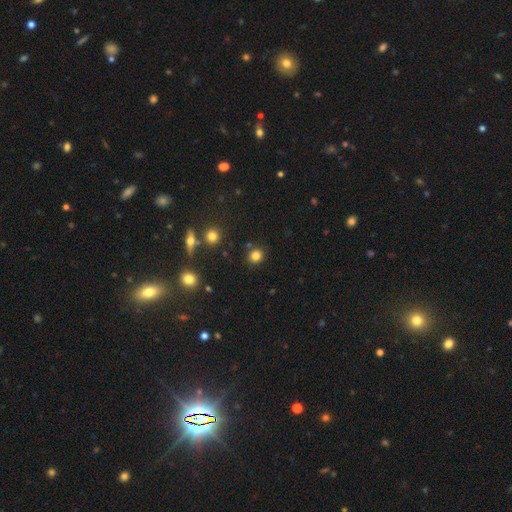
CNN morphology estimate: Smooth or featured? smooth (82%)
How rounded? round (85%)
Merging? none (87%)